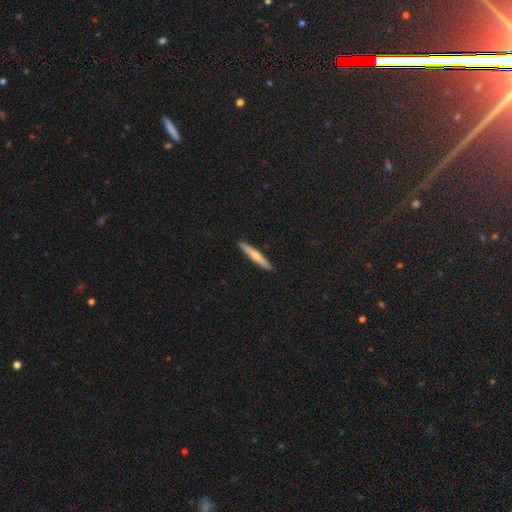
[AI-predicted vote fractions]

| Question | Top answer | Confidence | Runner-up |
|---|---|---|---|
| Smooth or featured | smooth | 50% | featured or disk (45%) |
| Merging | none | 92% | minor disturbance (6%) |